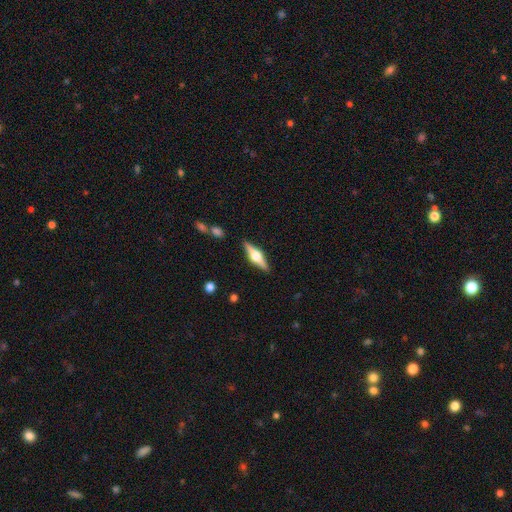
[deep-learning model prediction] This appears to be a featured or disk galaxy (72%) viewed edge-on (97%) with a rounded central bulge (92%). Merging: none (88%).